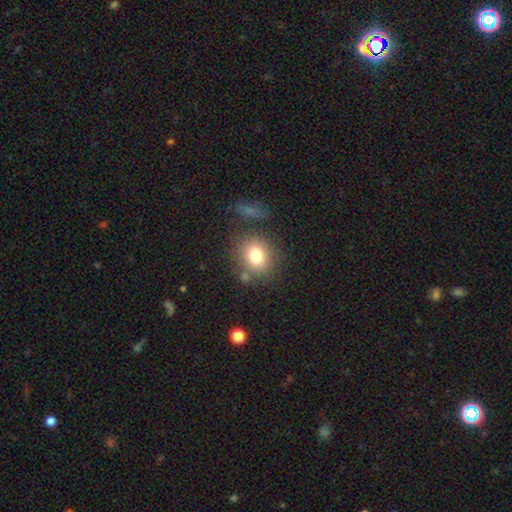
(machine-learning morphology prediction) A smooth galaxy with no disk features (79%) that is round (69%).

Vote fractions:
- Smooth or featured? smooth: 79% / featured or disk: 11% / star or artifact: 10%
- How rounded? round: 69% / in between: 30% / cigar-shaped: 1%
- Merging? none: 75% / minor disturbance: 12% / merger: 8% / major disturbance: 5%